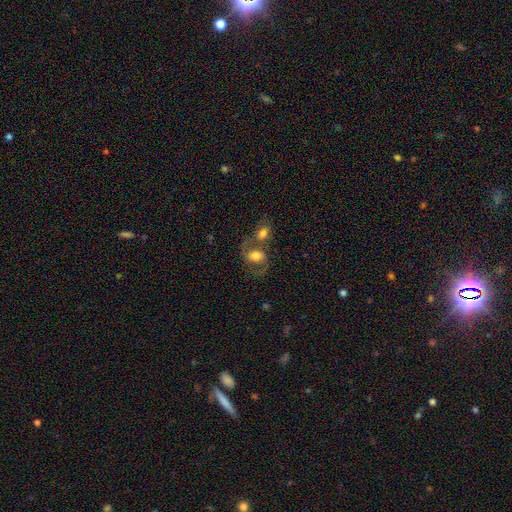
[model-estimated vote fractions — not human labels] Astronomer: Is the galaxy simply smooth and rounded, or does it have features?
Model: featured or disk — 52% (runner-up: smooth, 38%).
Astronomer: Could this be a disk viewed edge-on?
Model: no — 96%.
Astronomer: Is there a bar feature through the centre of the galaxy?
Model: no — 56% (runner-up: weak, 32%).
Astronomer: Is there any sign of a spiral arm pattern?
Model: yes — 79%.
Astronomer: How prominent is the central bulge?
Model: moderate — 52% (runner-up: large, 29%).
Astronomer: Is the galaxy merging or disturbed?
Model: merger — 54%.